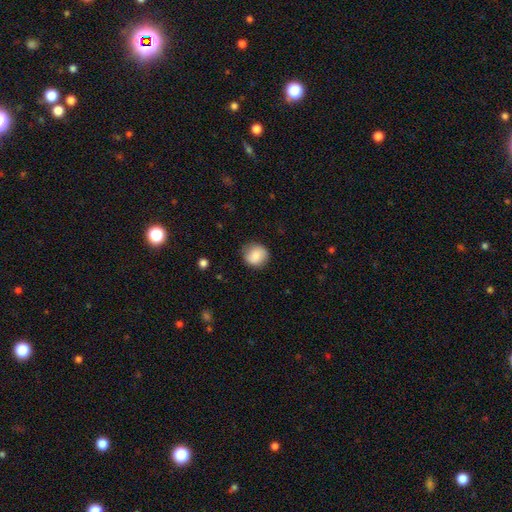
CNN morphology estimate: Smooth or featured? smooth (82%)
How rounded? round (85%)
Merging? none (81%)